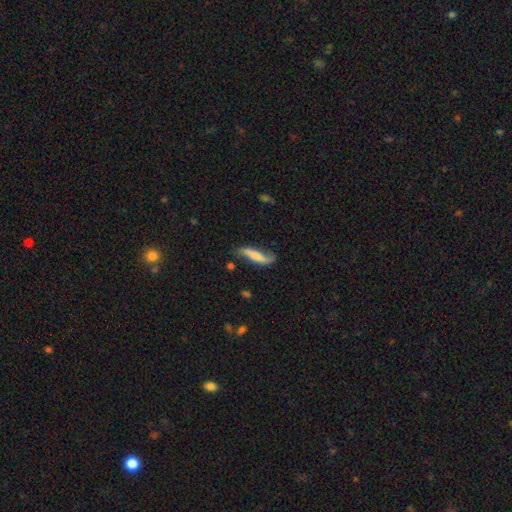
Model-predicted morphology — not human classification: type=featured or disk (48%); merging=none (58%).